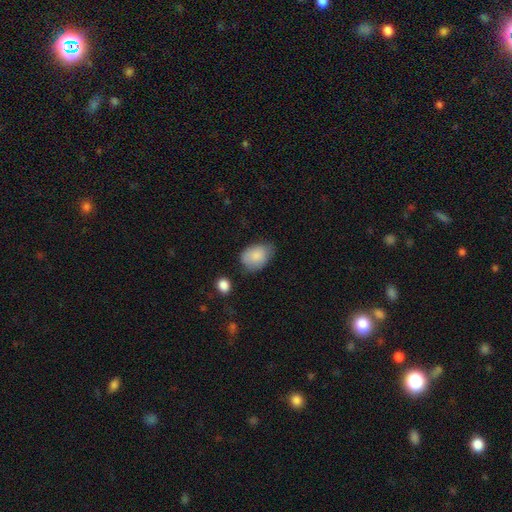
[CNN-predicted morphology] smooth_or_featured: smooth (p=0.84) [alt: featured or disk p=0.09]
how_rounded: in between (p=0.81) [alt: round p=0.18]
merging: none (p=0.54) [alt: minor disturbance p=0.35]